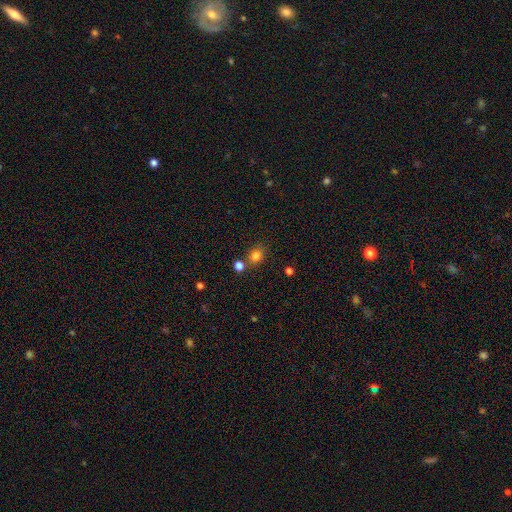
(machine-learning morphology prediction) smooth_or_featured: smooth (p=0.81) [alt: star or artifact p=0.14]
how_rounded: round (p=0.54) [alt: in between p=0.45]
merging: none (p=0.70) [alt: merger p=0.14]